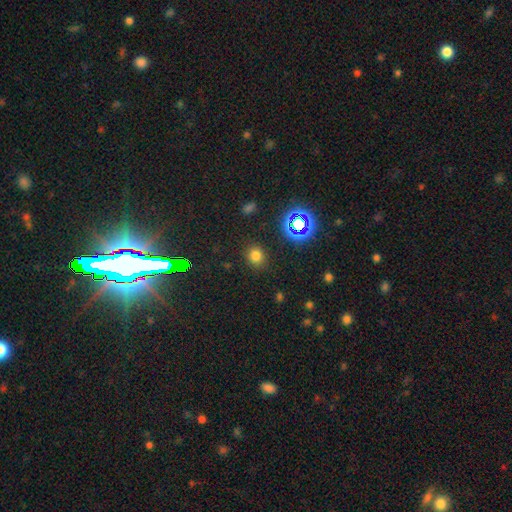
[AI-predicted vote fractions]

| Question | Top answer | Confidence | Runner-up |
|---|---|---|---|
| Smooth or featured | smooth | 73% | star or artifact (21%) |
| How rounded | round | 78% | in between (21%) |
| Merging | none | 87% | minor disturbance (8%) |